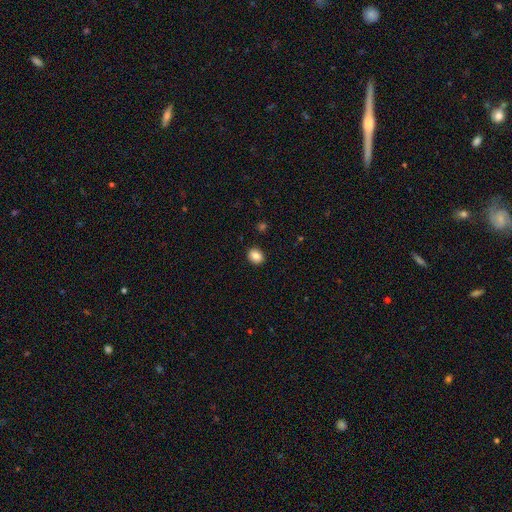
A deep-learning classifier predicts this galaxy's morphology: Overall: smooth (86%). How rounded: in between (50%; round 49%). Merging: none (91%).